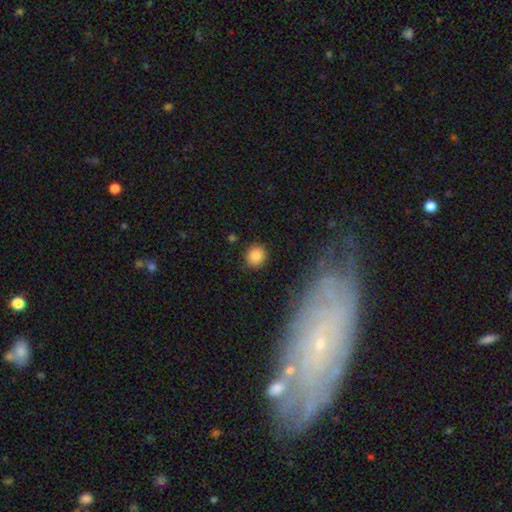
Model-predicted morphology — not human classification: smooth_or_featured: smooth (p=0.85) [alt: star or artifact p=0.10]
how_rounded: round (p=0.89) [alt: in between p=0.10]
merging: none (p=0.89) [alt: minor disturbance p=0.07]